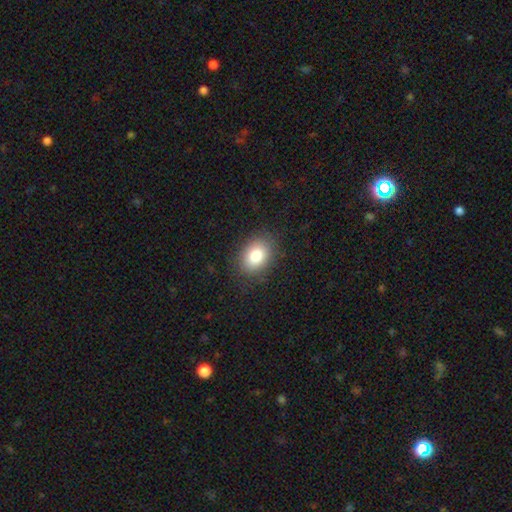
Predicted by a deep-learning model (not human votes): Smooth or featured: smooth — 83% (star or artifact — 9%)
How rounded: in between — 73% (round — 26%)
Merging: none — 85% (minor disturbance — 10%)